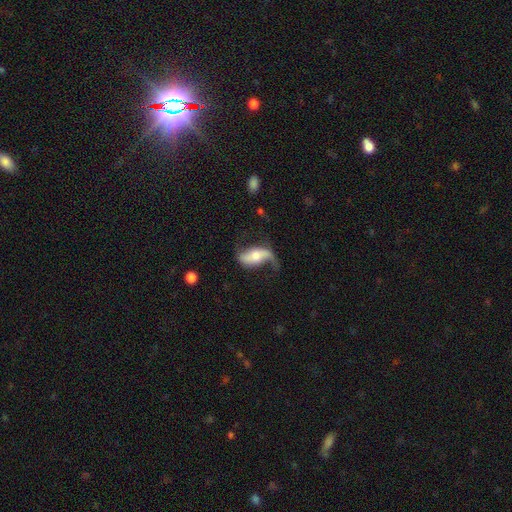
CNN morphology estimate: This appears to be a featured or disk galaxy (71%) with no bar (39%), 2 (75%) loose (82%) spiral arms (89%) and a moderate central bulge (54%). Merging: none (49%).